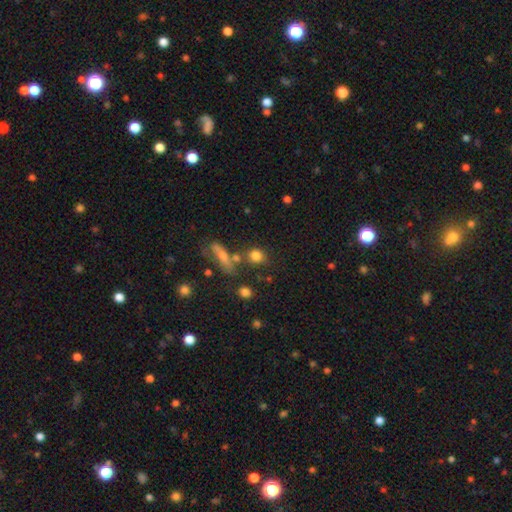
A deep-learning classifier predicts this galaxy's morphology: Smooth or featured: smooth — 80% (star or artifact — 12%)
How rounded: round — 73% (in between — 21%)
Merging: none — 64% (merger — 16%)